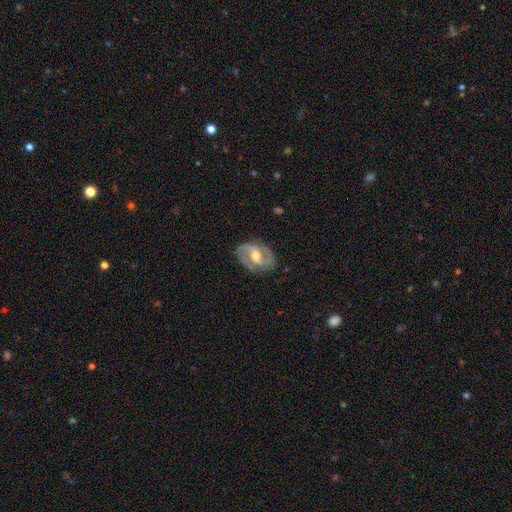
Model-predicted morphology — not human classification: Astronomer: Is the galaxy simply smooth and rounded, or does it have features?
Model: featured or disk — 80%.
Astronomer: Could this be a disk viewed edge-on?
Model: no — 97%.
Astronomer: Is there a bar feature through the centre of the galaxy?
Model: weak — 51%.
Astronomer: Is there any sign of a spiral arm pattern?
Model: yes — 91%.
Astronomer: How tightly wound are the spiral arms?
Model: medium — 52%.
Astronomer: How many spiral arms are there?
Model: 2 — 88%.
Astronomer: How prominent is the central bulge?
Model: moderate — 67%.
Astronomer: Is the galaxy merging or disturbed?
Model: none — 78%.